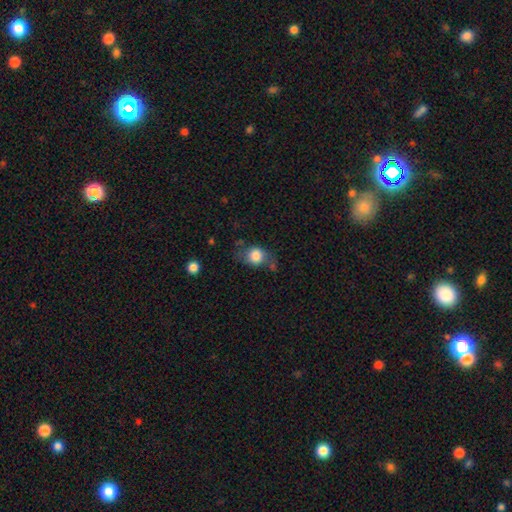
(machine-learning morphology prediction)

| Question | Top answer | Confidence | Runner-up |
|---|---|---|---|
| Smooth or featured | smooth | 77% | featured or disk (15%) |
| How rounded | round | 57% | in between (42%) |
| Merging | none | 56% | minor disturbance (26%) |